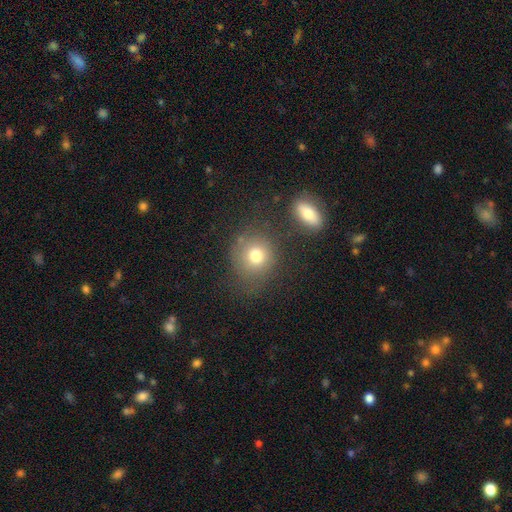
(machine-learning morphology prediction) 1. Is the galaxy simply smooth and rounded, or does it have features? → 76% smooth, 12% star or artifact, 12% featured or disk.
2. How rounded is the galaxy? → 80% round, 19% in between, 1% cigar-shaped.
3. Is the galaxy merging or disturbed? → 68% none, 15% minor disturbance, 10% merger, 7% major disturbance.